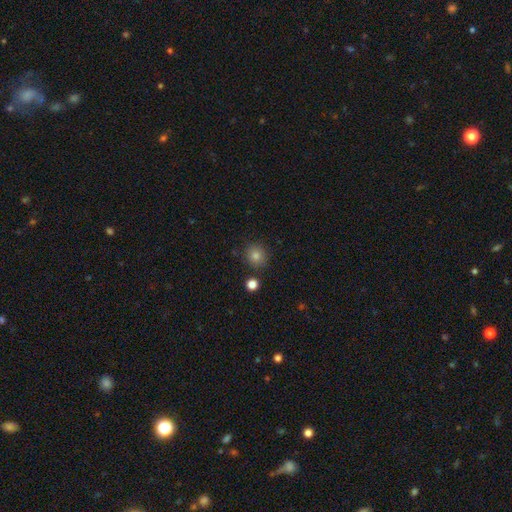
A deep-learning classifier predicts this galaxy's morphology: Smooth or featured: smooth — 80% (star or artifact — 14%)
How rounded: round — 90% (in between — 9%)
Merging: none — 85% (minor disturbance — 8%)